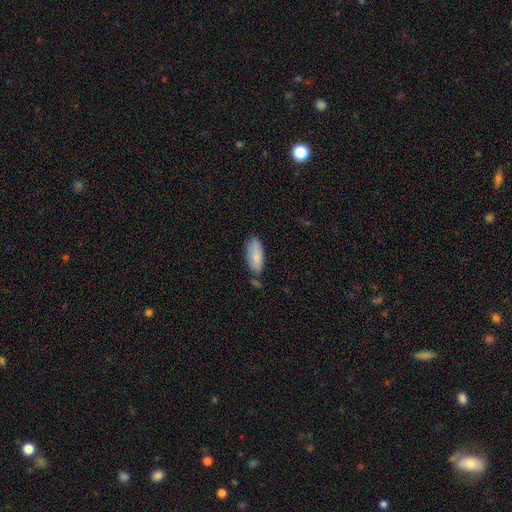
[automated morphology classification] smooth_or_featured: smooth (p=0.83) [alt: featured or disk p=0.11]
how_rounded: in between (p=0.79) [alt: cigar-shaped p=0.19]
merging: none (p=0.65) [alt: minor disturbance p=0.24]